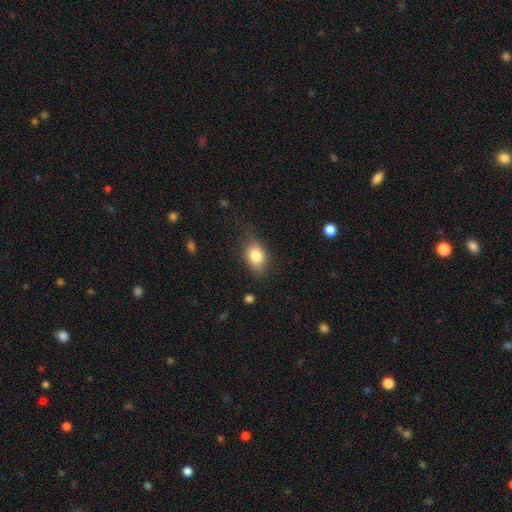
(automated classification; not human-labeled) Smooth or featured? smooth (80%)
How rounded? in between (78%)
Merging? none (73%)